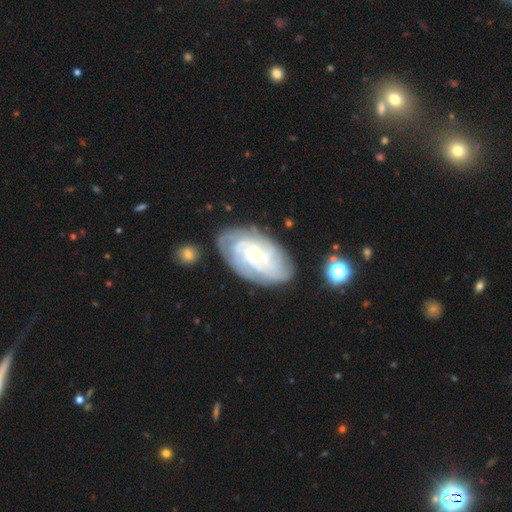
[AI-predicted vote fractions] smooth_or_featured: featured or disk (p=0.81) [alt: smooth p=0.13]
disk_edge_on: no (p=0.96) [alt: yes p=0.04]
bar: no (p=0.70) [alt: weak p=0.24]
has_spiral_arms: yes (p=0.95) [alt: no p=0.05]
spiral_winding: tight (p=0.75) [alt: medium p=0.21]
spiral_arm_count: can't tell (p=0.38) [alt: 4 p=0.21]
bulge_size: small (p=0.79) [alt: moderate p=0.14]
merging: none (p=0.76) [alt: minor disturbance p=0.17]